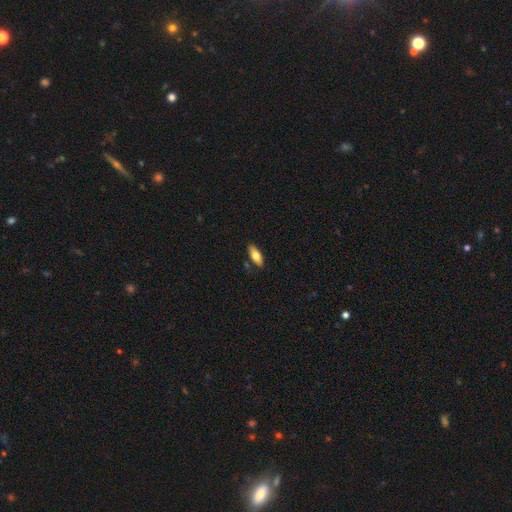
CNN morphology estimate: smooth-or-featured: smooth: 74% | featured or disk: 20% | star or artifact: 6%
  how-rounded: in between: 79% | cigar-shaped: 19% | round: 2%
  merging: none: 82% | minor disturbance: 13% | merger: 3% | major disturbance: 2%